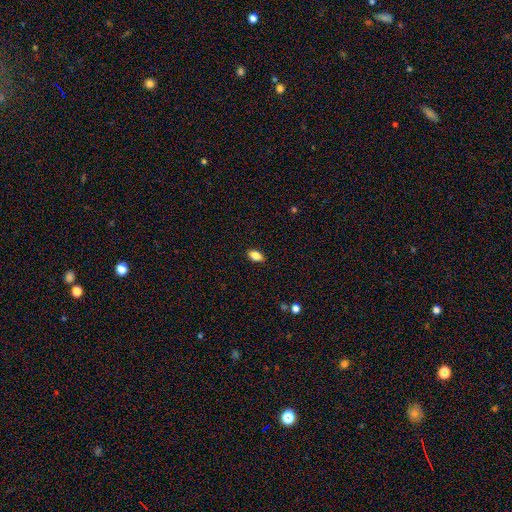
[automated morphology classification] type=smooth (86%); roundness=in between (90%); merging=none (88%).